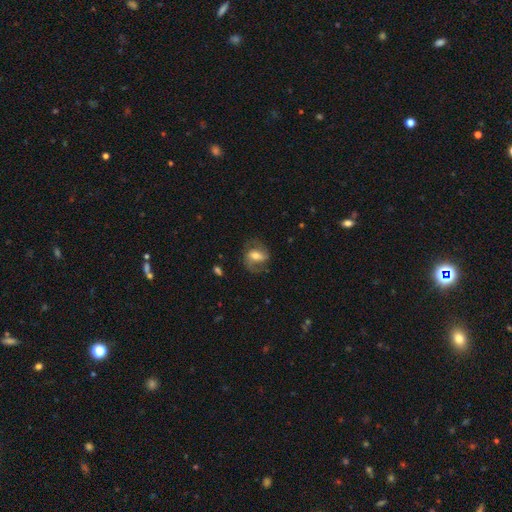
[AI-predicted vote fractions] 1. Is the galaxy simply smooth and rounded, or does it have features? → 65% featured or disk, 28% smooth, 7% star or artifact.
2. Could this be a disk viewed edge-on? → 96% no, 4% yes.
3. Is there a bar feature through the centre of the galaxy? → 41% weak, 36% strong, 23% no.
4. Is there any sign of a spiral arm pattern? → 85% yes, 15% no.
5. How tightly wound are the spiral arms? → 50% medium, 28% loose, 22% tight.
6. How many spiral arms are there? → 85% 2, 7% can't tell, 5% 1, 1% 3, 1% 4, 1% more than 4.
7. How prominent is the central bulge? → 61% moderate, 23% small, 13% large, 2% none, 2% dominant.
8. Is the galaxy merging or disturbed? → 71% none, 17% minor disturbance, 11% major disturbance, 1% merger.